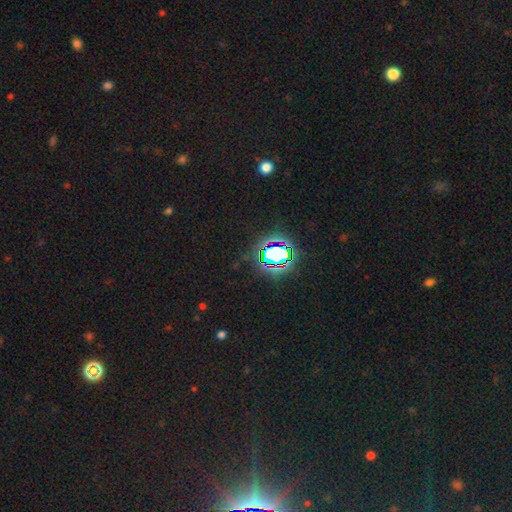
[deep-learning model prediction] star or artifact 80%, smooth 13%, featured or disk 7%.